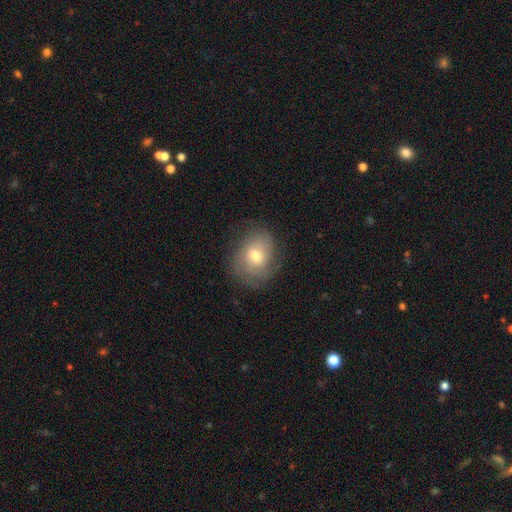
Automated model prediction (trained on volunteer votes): smooth-or-featured: featured or disk: 48% | smooth: 43% | star or artifact: 9%
  merging: none: 73% | minor disturbance: 18% | major disturbance: 8% | merger: 1%